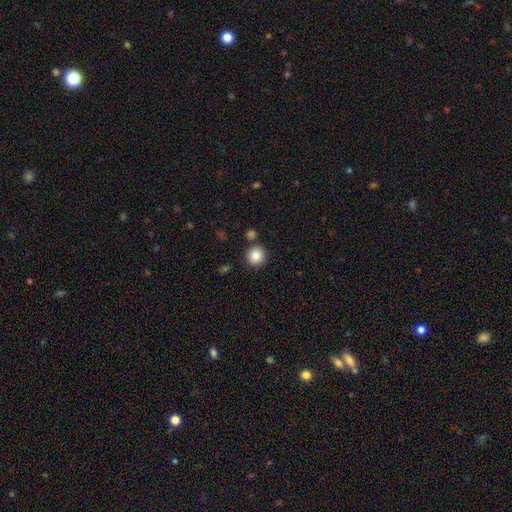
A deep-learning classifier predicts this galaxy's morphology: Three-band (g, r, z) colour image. It shows a smooth galaxy with no disk features (84%) that is round (95%). Merging: none (87%).